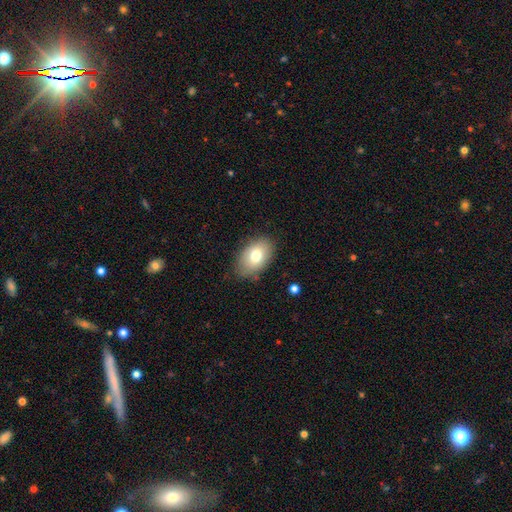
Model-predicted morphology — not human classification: smooth-or-featured: smooth: 75% | featured or disk: 17% | star or artifact: 8%
  how-rounded: in between: 88% | round: 11% | cigar-shaped: 1%
  merging: none: 81% | minor disturbance: 14% | major disturbance: 3% | merger: 1%